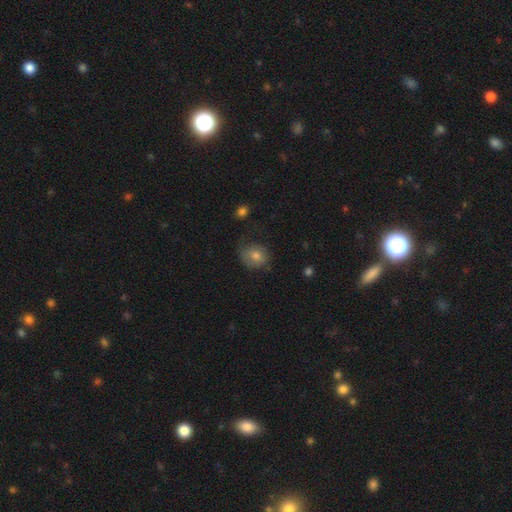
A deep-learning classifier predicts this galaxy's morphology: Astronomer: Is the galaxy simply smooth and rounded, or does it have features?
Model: smooth — 72%.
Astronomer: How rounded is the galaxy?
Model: round — 66%.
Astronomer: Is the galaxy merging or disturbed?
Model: none — 57%.